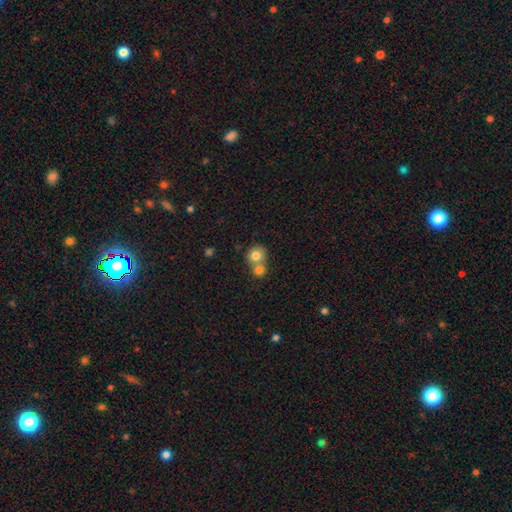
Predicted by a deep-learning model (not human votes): Morphology: type=smooth (78%); roundness=round (86%); merging=merger (50%).